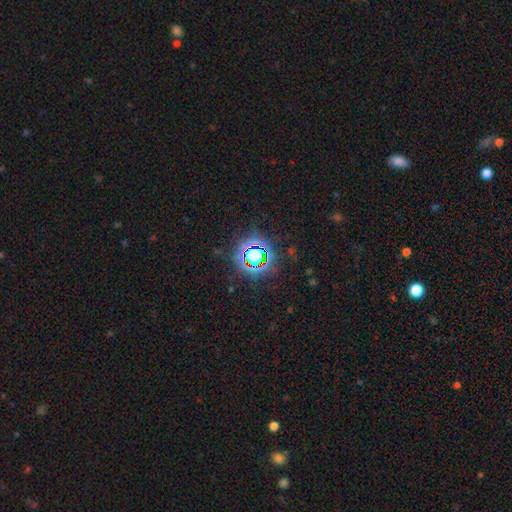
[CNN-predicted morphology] smooth-or-featured: star or artifact: 71% | smooth: 19% | featured or disk: 10%